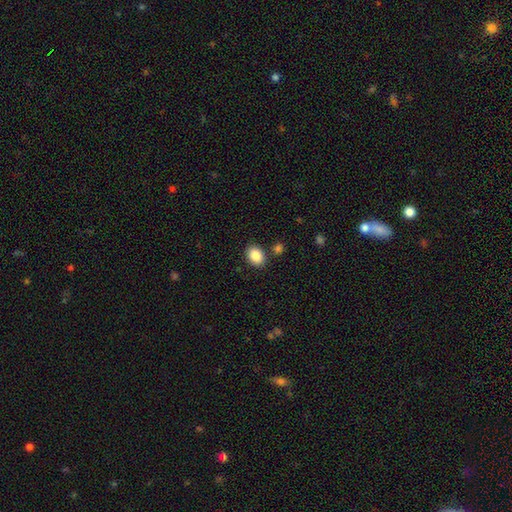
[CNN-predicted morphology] Smooth or featured?
  - smooth: 88% *
  - star or artifact: 8%
  - featured or disk: 4%
How rounded?
  - in between: 68% *
  - round: 32%
  - cigar-shaped: 1%
Merging?
  - none: 83% *
  - minor disturbance: 9%
  - merger: 5%
  - major disturbance: 2%